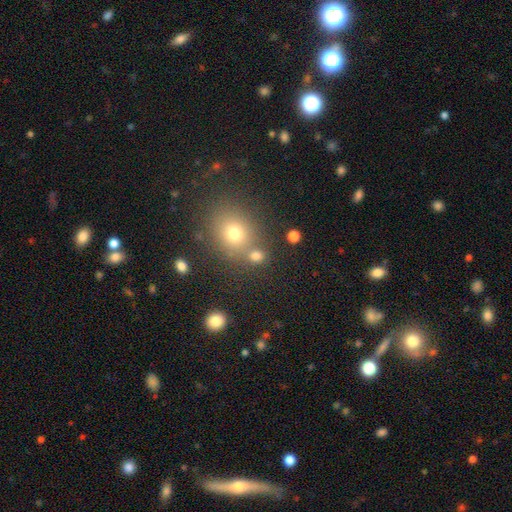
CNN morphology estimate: This is likely a smooth galaxy (74%). How rounded: likely round (72%). Merging: likely none (66%).